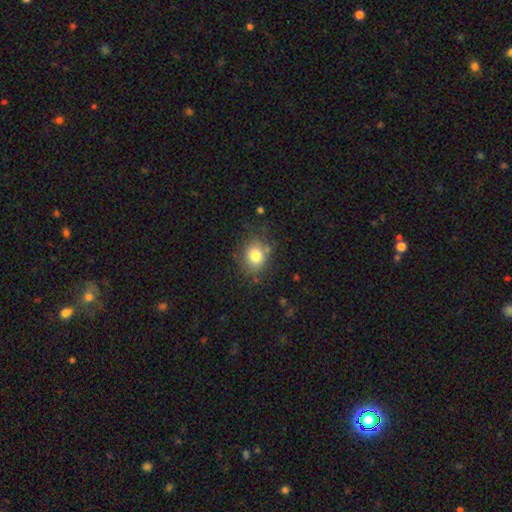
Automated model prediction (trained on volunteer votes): Q: Smooth or featured?
A: smooth (80%); runner-up: star or artifact (11%)
Q: How rounded?
A: round (68%); runner-up: in between (31%)
Q: Merging?
A: none (76%); runner-up: minor disturbance (15%)